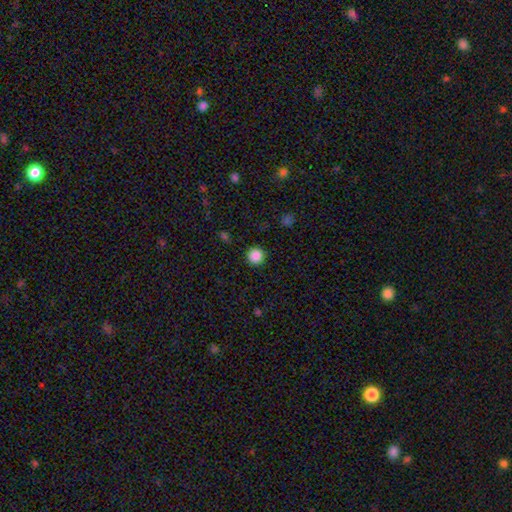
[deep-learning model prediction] Smooth or featured?
  - smooth: 87% *
  - star or artifact: 10%
  - featured or disk: 3%
How rounded?
  - round: 96% *
  - in between: 3%
  - cigar-shaped: 1%
Merging?
  - none: 93% *
  - minor disturbance: 5%
  - major disturbance: 2%
  - merger: 1%